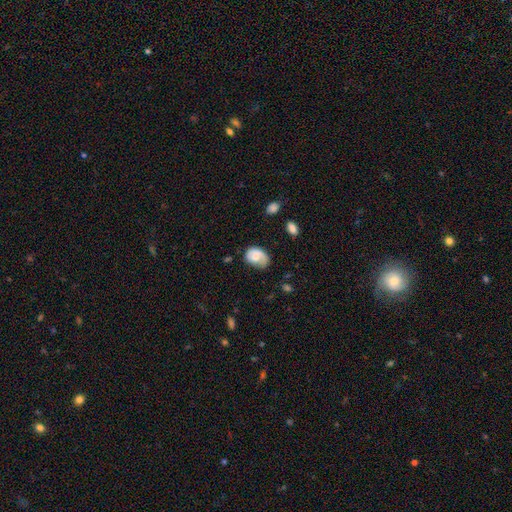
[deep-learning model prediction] smooth 50%, featured or disk 43%, star or artifact 7%. Down the decision tree: how rounded — in between (72%); merging — none (49%).